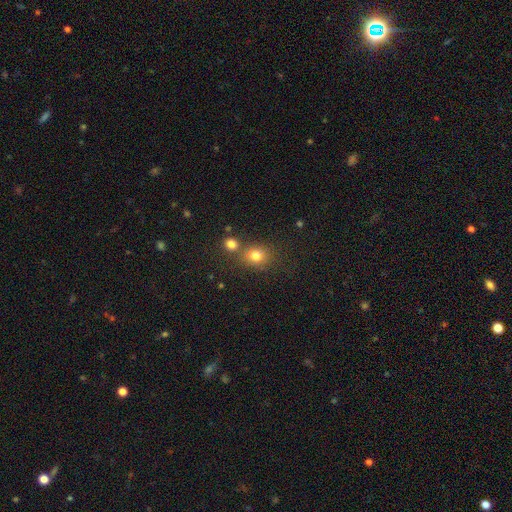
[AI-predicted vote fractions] Smooth or featured?
  - smooth: 77% *
  - star or artifact: 15%
  - featured or disk: 8%
How rounded?
  - round: 72% *
  - in between: 27%
  - cigar-shaped: 1%
Merging?
  - none: 63% *
  - merger: 23%
  - minor disturbance: 10%
  - major disturbance: 4%